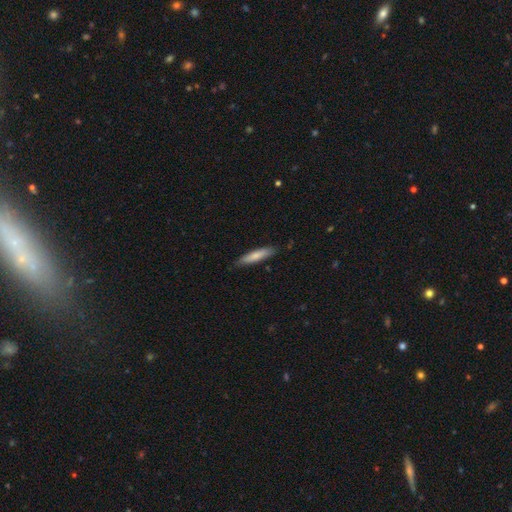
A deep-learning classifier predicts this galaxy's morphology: Smooth or featured?
  - smooth: 76% *
  - featured or disk: 19%
  - star or artifact: 5%
How rounded?
  - cigar-shaped: 83% *
  - in between: 16%
  - round: 1%
Merging?
  - none: 84% *
  - minor disturbance: 13%
  - major disturbance: 2%
  - merger: 1%